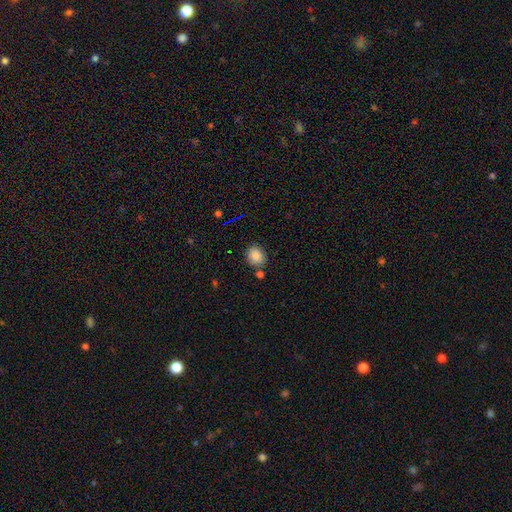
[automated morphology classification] A smooth galaxy with no disk features (86%) that is round (60%). Merging: none (80%).